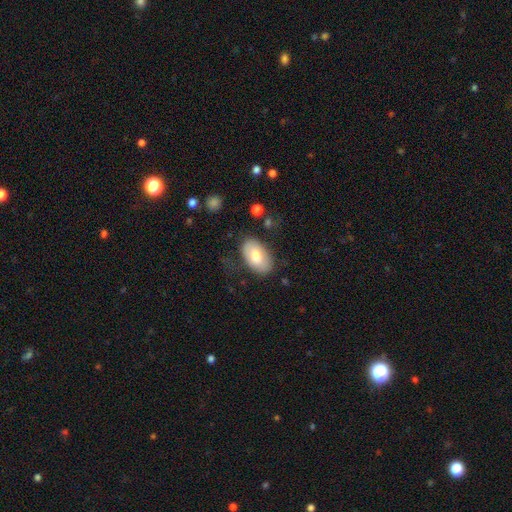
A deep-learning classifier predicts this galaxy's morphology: Smooth or featured? smooth (74%)
How rounded? in between (94%)
Merging? none (75%)